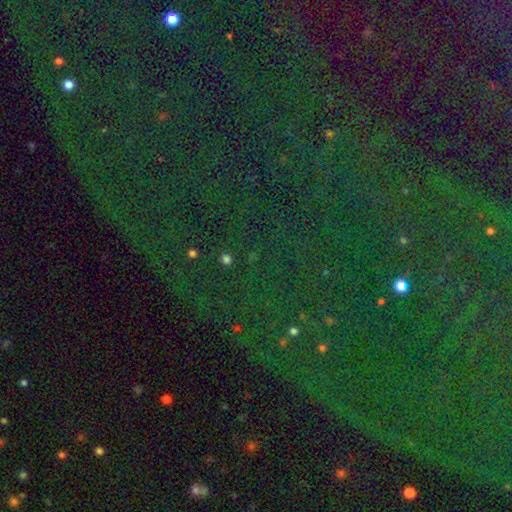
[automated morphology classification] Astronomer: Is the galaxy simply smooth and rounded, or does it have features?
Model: star or artifact — 82%.